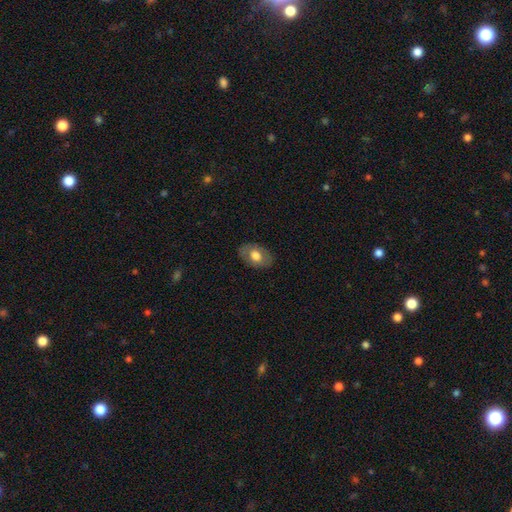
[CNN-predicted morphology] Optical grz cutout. It shows a smooth galaxy with no disk features (67%) that is in between round and cigar-shaped (83%). Merging: none (83%).